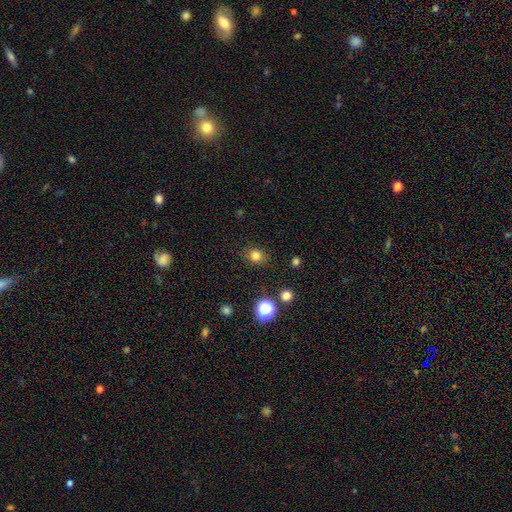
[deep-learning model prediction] The model was most divided on "how rounded": round: 78%, in between: 21%, cigar-shaped: 1%. More confident: merging — none (87%); smooth or featured — smooth (80%).